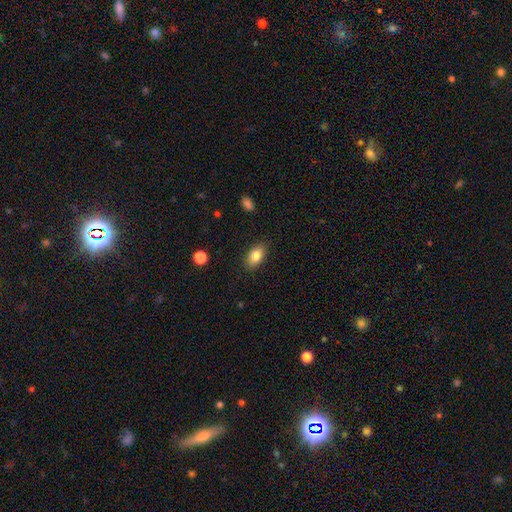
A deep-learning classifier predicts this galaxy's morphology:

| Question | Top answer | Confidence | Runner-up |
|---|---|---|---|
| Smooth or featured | smooth | 83% | featured or disk (9%) |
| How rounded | in between | 90% | round (7%) |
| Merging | none | 86% | minor disturbance (10%) |